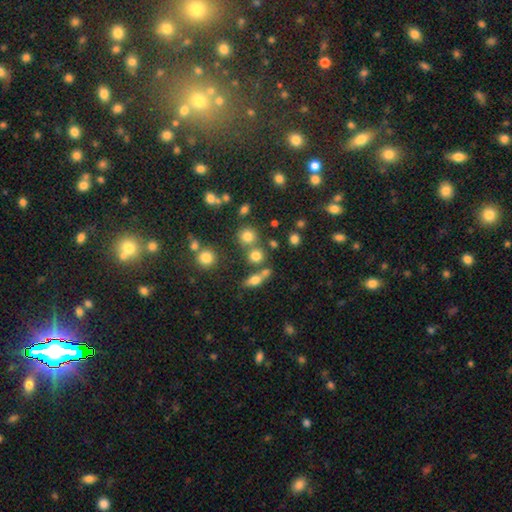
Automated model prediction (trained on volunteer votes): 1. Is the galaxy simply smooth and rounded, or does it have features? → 71% smooth, 16% star or artifact, 13% featured or disk.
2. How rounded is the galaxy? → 79% round, 18% in between, 3% cigar-shaped.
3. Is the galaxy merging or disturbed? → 61% none, 25% merger, 9% minor disturbance, 5% major disturbance.